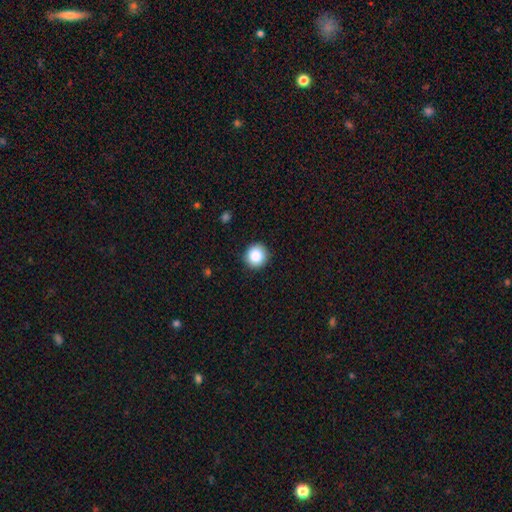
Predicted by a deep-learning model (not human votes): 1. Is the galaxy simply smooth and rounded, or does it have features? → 87% smooth, 9% star or artifact, 4% featured or disk.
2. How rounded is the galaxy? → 94% round, 5% in between, 1% cigar-shaped.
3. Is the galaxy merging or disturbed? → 91% none, 6% minor disturbance, 2% major disturbance, 1% merger.